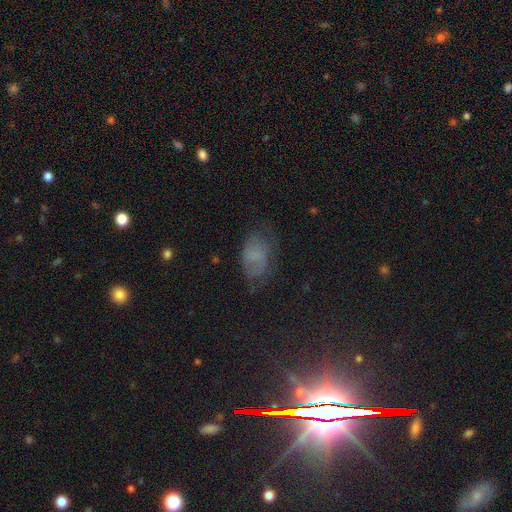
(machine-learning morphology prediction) Smooth or featured? smooth (58%)
How rounded? in between (89%)
Merging? none (52%)